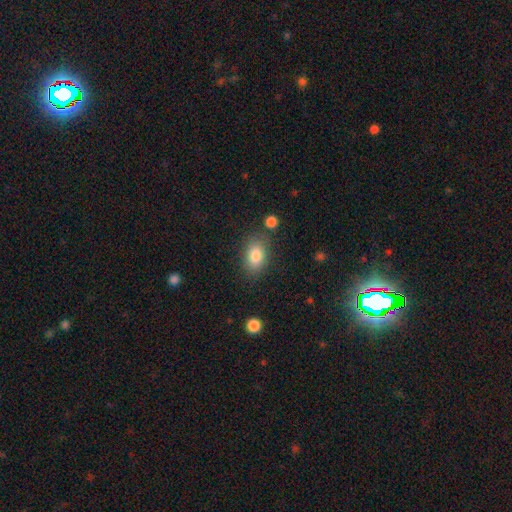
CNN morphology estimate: The model was most divided on "merging": none: 79%, minor disturbance: 13%, merger: 4%, major disturbance: 4%. More confident: how rounded — in between (85%); smooth or featured — smooth (83%).